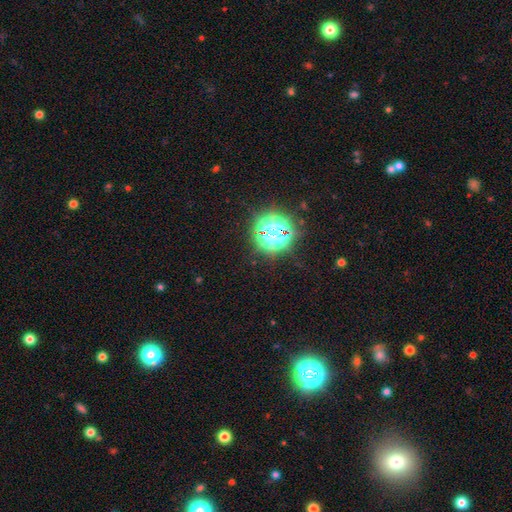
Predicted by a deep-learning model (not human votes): smooth-or-featured: star or artifact: 78% | smooth: 16% | featured or disk: 7%